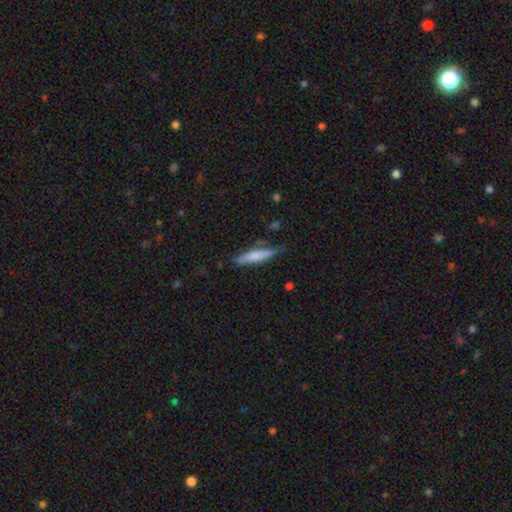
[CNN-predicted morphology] The model was most divided on "smooth or featured": smooth: 66%, featured or disk: 28%, star or artifact: 6%. More confident: how rounded — cigar-shaped (86%); merging — none (70%).